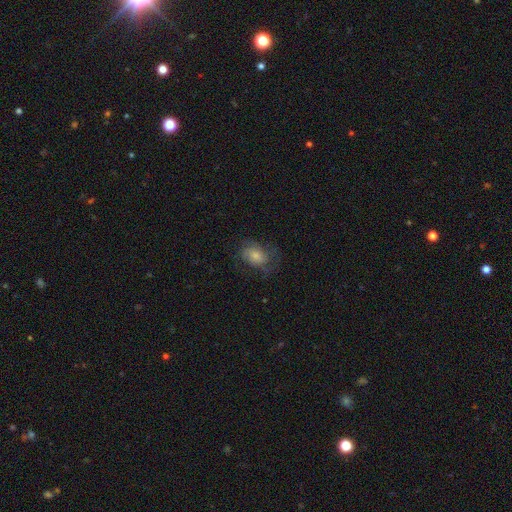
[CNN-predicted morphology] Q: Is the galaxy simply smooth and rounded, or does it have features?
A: smooth — 56%.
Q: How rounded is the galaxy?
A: in between — 69%.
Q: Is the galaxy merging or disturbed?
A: none — 58%.